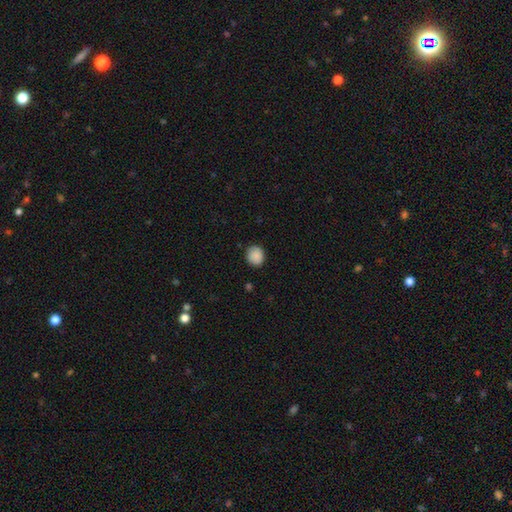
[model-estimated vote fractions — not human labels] smooth 89%, star or artifact 8%, featured or disk 4%. Down the decision tree: how rounded — round (74%); merging — none (85%).